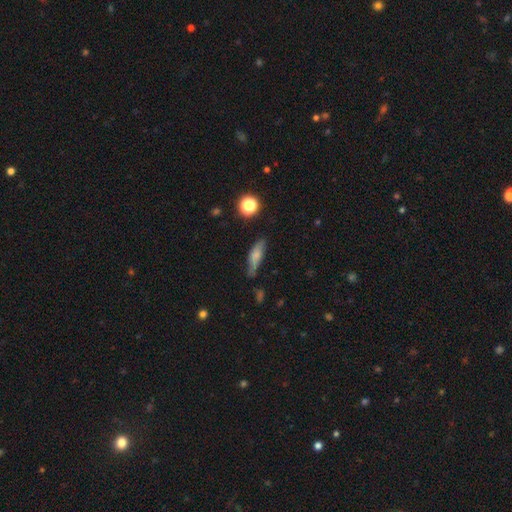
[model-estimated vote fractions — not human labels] Morphology: type=smooth (67%); roundness=cigar-shaped (54%); merging=none (63%).